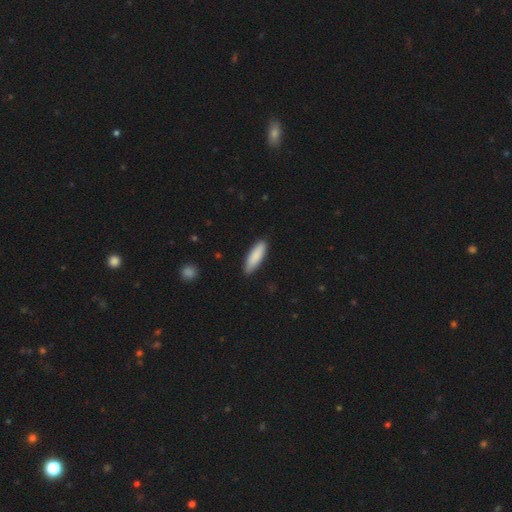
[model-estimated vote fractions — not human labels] Overall: smooth (87%). How rounded: cigar-shaped (55%; in between 43%). Merging: none (87%).